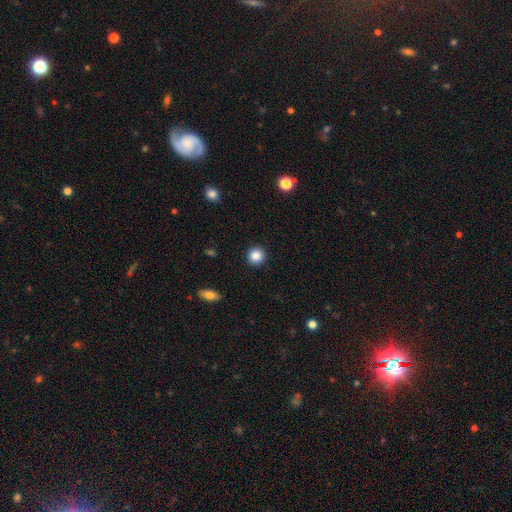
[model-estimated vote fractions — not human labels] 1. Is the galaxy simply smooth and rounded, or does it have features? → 86% smooth, 10% star or artifact, 5% featured or disk.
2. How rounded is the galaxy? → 94% round, 5% in between, 1% cigar-shaped.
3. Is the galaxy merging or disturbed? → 93% none, 5% minor disturbance, 2% major disturbance, 1% merger.